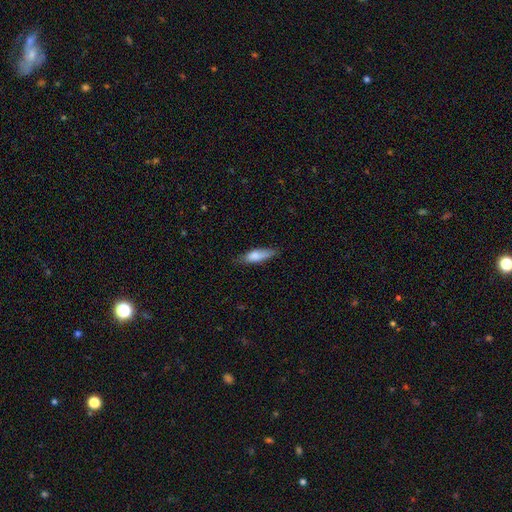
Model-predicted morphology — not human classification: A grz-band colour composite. It shows a smooth galaxy with no disk features (76%) that is cigar-shaped (57%). Merging: none (73%).